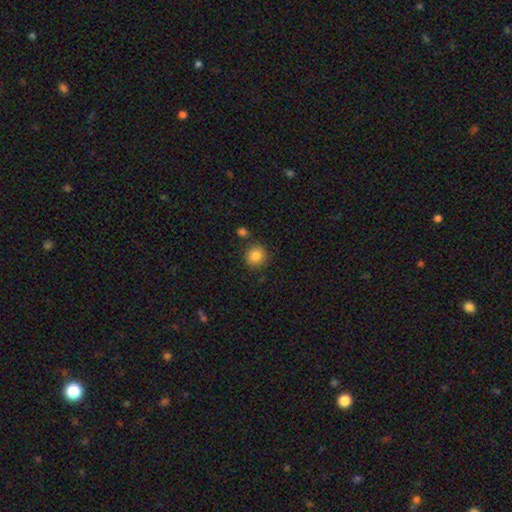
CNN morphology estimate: A smooth galaxy with no disk features (85%) that is round (92%). Merging: none (82%).